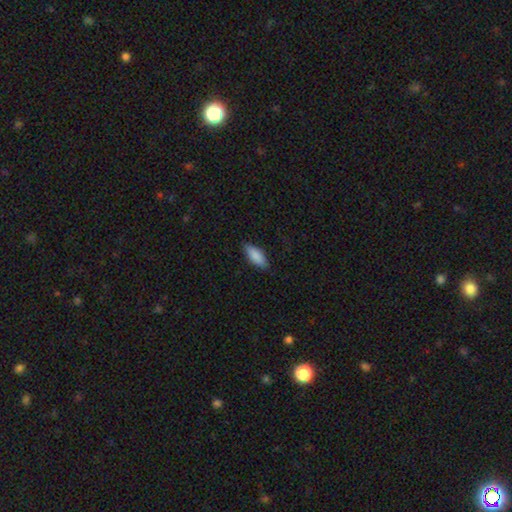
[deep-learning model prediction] A smooth galaxy with no disk features (87%) that is in between round and cigar-shaped (73%).

Vote fractions:
- Smooth or featured? smooth: 87% / featured or disk: 7% / star or artifact: 6%
- How rounded? in between: 73% / cigar-shaped: 25% / round: 2%
- Merging? none: 84% / minor disturbance: 12% / major disturbance: 2% / merger: 1%